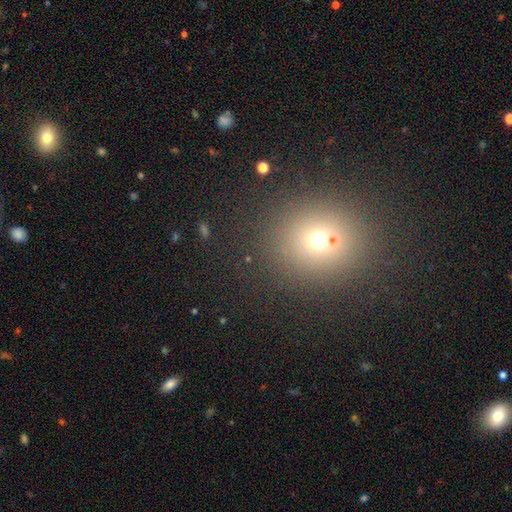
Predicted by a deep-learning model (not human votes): Overall: smooth (56%; star or artifact 32%). How rounded: round (73%). Merging: none (82%).